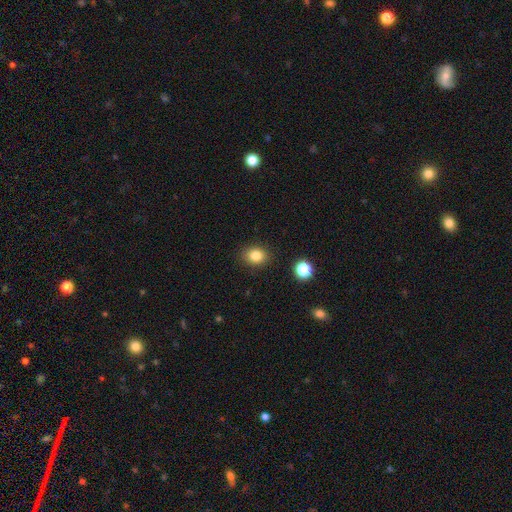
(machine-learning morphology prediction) smooth-or-featured: smooth: 83% | star or artifact: 11% | featured or disk: 6%
  how-rounded: round: 54% | in between: 45% | cigar-shaped: 1%
  merging: none: 88% | minor disturbance: 8% | major disturbance: 2% | merger: 2%